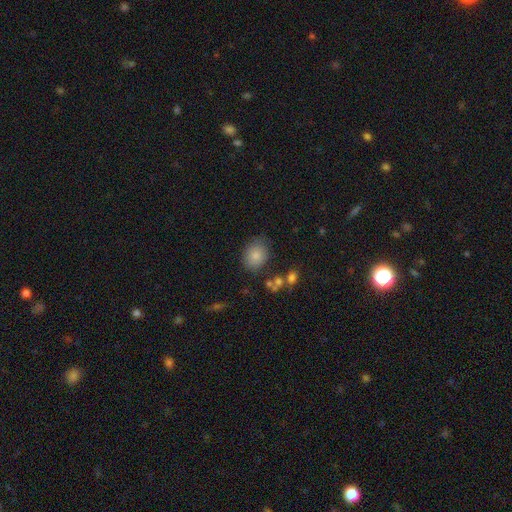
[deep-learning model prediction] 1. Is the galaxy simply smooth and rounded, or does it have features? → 83% smooth, 9% star or artifact, 8% featured or disk.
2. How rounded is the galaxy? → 50% in between, 49% round, 1% cigar-shaped.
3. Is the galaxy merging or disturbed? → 75% none, 17% minor disturbance, 5% major disturbance, 4% merger.